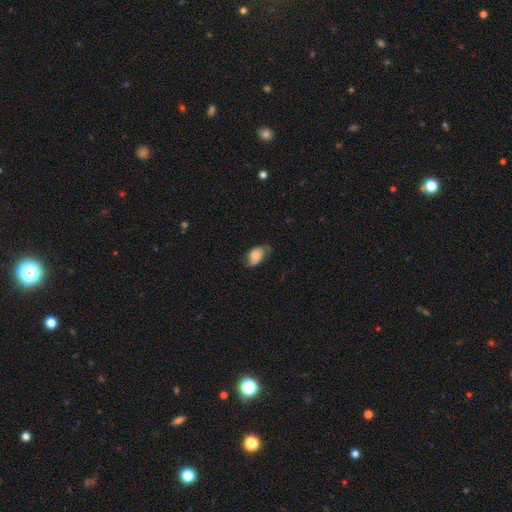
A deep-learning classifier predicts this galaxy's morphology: type=smooth (57%); roundness=in between (84%); merging=none (54%).